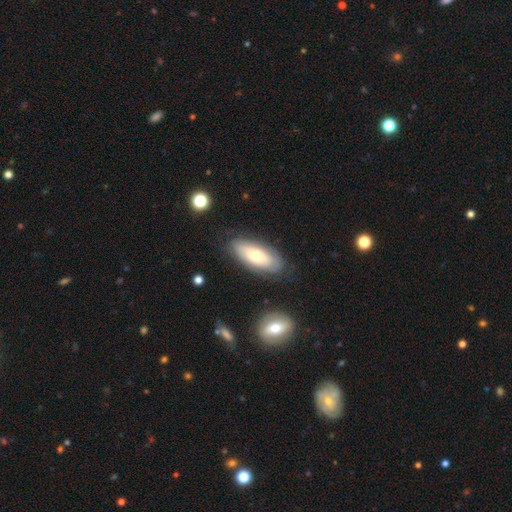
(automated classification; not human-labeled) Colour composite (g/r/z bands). It shows a smooth galaxy with no disk features (63%) that is in between round and cigar-shaped (81%). Merging: none (79%).